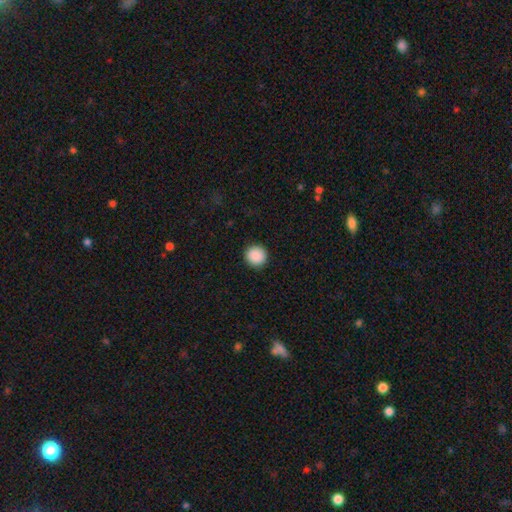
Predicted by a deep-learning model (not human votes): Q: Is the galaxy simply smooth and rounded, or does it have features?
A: smooth — 90%.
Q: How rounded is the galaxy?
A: round — 96%.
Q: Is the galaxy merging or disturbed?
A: none — 93%.